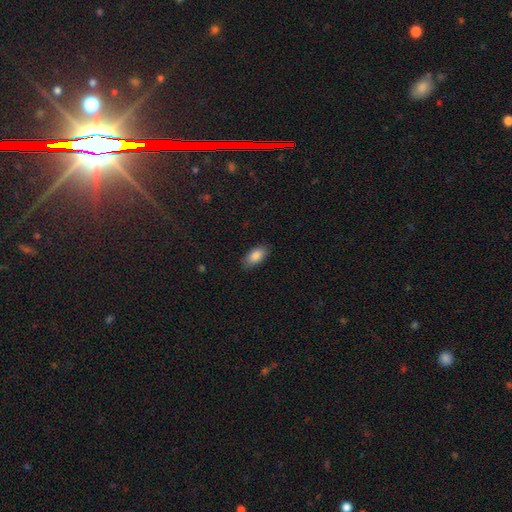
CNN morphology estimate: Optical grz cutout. It shows a smooth galaxy with no disk features (86%) that is in between round and cigar-shaped (92%). Merging: none (85%).